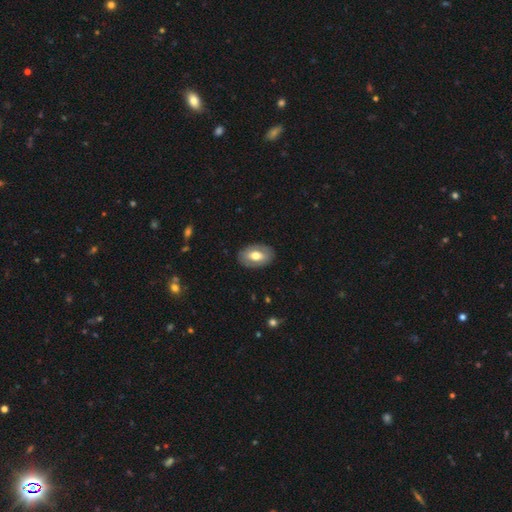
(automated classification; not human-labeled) Morphology: type=smooth (56%); roundness=in between (89%); merging=none (85%).